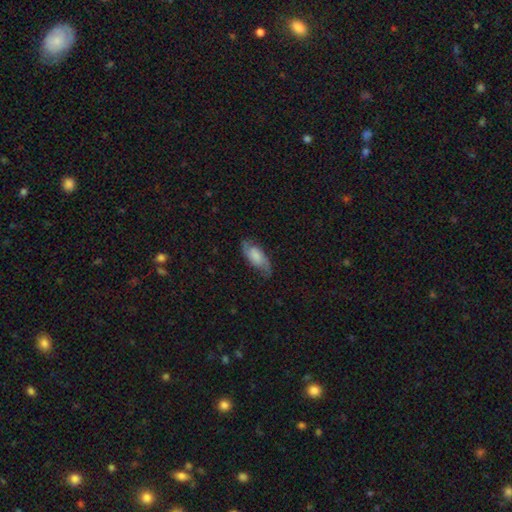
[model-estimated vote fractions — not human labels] Smooth or featured? Predicted: featured or disk (p=0.55). Edge-on disk? Predicted: no (p=0.92). Bar? Predicted: no (p=0.59). Spiral arms? Predicted: yes (p=0.91). Bulge size? Predicted: small (p=0.33). Merging? Predicted: none (p=0.72).